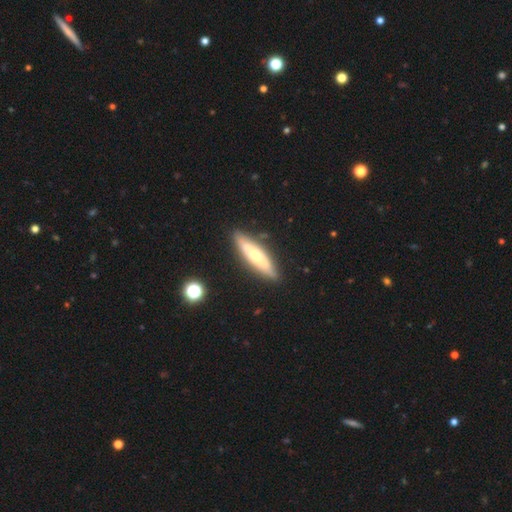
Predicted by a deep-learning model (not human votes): Smooth or featured: featured or disk — 50% (smooth — 44%)
Merging: none — 85% (minor disturbance — 10%)